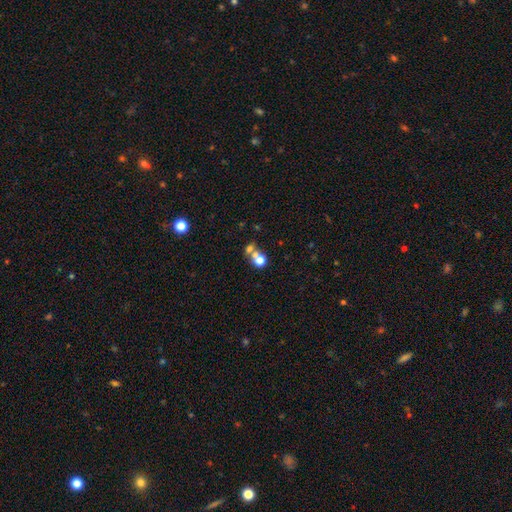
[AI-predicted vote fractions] A smooth galaxy with no disk features (66%) that is round (73%). Merging: merger (55%).